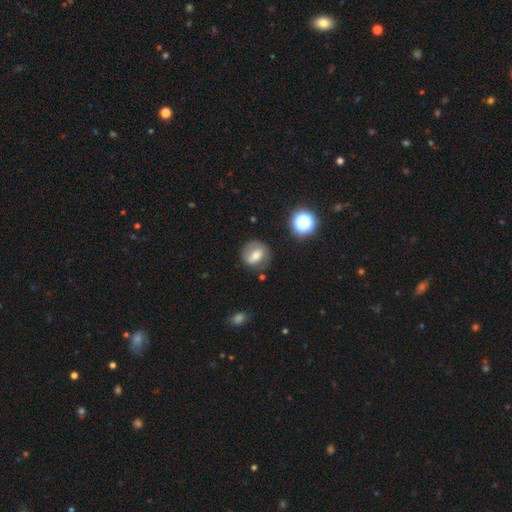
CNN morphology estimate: Smooth or featured? Predicted: smooth (p=0.52). How rounded? Predicted: round (p=0.69). Merging? Predicted: none (p=0.72).